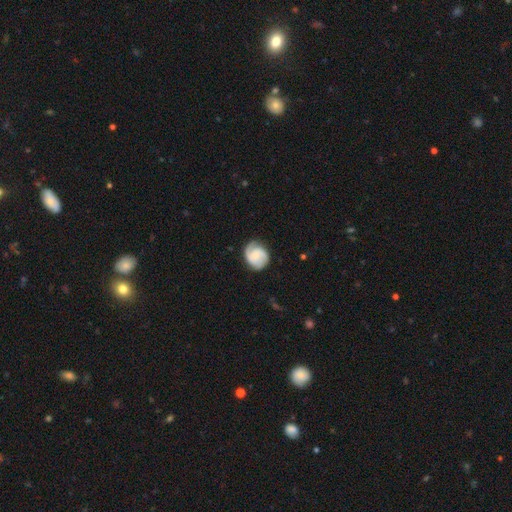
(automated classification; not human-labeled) Smooth or featured? featured or disk (58%)
Edge-on disk? no (98%)
Bar? no (58%)
Spiral arms? yes (93%)
Spiral winding? tight (41%)
Spiral arm count? 2 (61%)
Bulge size? none (45%)
Merging? none (72%)